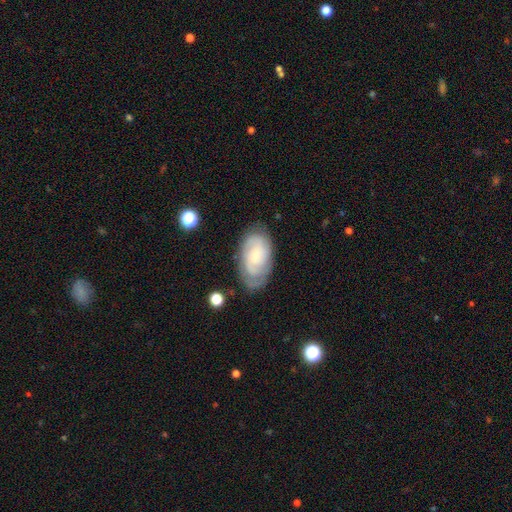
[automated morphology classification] The model was most divided on "spiral arm count": 2: 42%, can't tell: 37%, 3: 10%, 1: 6%, 4: 3%, more than 4: 2%. More confident: edge-on disk — no (95%); spiral arms — yes (89%); merging — none (72%); bulge size — small (70%); bar — no (68%); smooth or featured — featured or disk (65%); spiral winding — tight (59%).